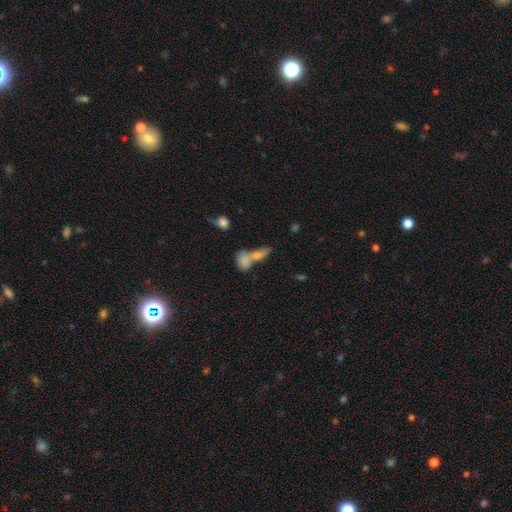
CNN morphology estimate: A smooth galaxy with no disk features (69%) that is in between round and cigar-shaped (66%).

Vote fractions:
- Smooth or featured? smooth: 69% / featured or disk: 17% / star or artifact: 14%
- How rounded? in between: 66% / round: 19% / cigar-shaped: 16%
- Merging? merger: 58% / none: 28% / minor disturbance: 8% / major disturbance: 6%